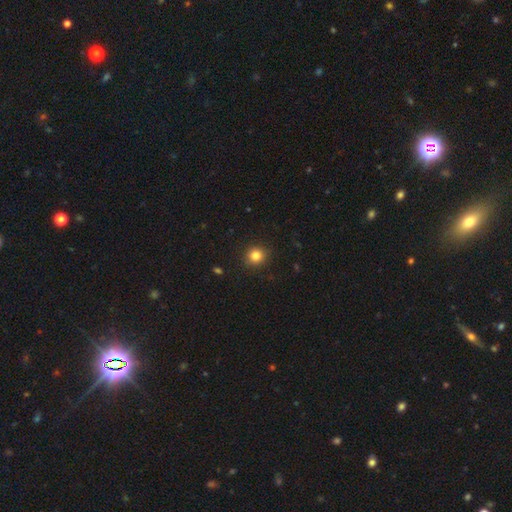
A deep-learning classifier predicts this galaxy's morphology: smooth-or-featured: smooth: 83% | star or artifact: 12% | featured or disk: 5%
  how-rounded: round: 89% | in between: 10% | cigar-shaped: 1%
  merging: none: 91% | minor disturbance: 6% | major disturbance: 2% | merger: 1%